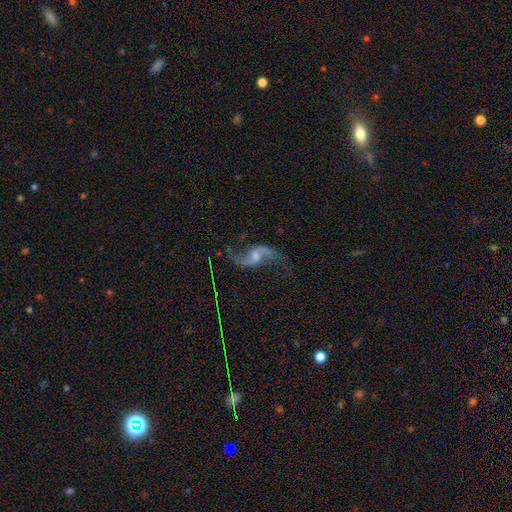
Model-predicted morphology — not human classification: Smooth or featured?
  - featured or disk: 89% *
  - star or artifact: 6%
  - smooth: 5%
Edge-on disk?
  - no: 96% *
  - yes: 4%
Bar?
  - weak: 43% *
  - no: 42%
  - strong: 15%
Spiral arms?
  - yes: 96% *
  - no: 4%
Spiral winding?
  - loose: 90% *
  - medium: 8%
  - tight: 2%
Spiral arm count?
  - 2: 94% *
  - 1: 2%
  - can't tell: 1%
  - 3: 1%
  - 4: 1%
  - more than 4: 1%
Bulge size?
  - small: 49% *
  - moderate: 36%
  - none: 11%
  - large: 4%
  - dominant: 1%
Merging?
  - none: 76% *
  - minor disturbance: 13%
  - major disturbance: 9%
  - merger: 2%